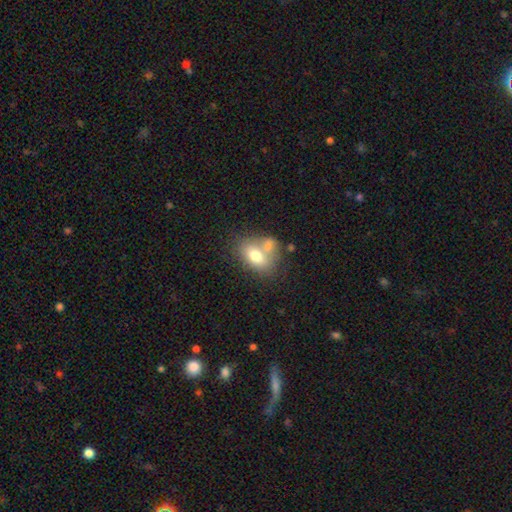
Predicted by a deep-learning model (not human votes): Smooth or featured? Predicted: smooth (p=0.72). How rounded? Predicted: in between (p=0.79). Merging? Predicted: merger (p=0.42).